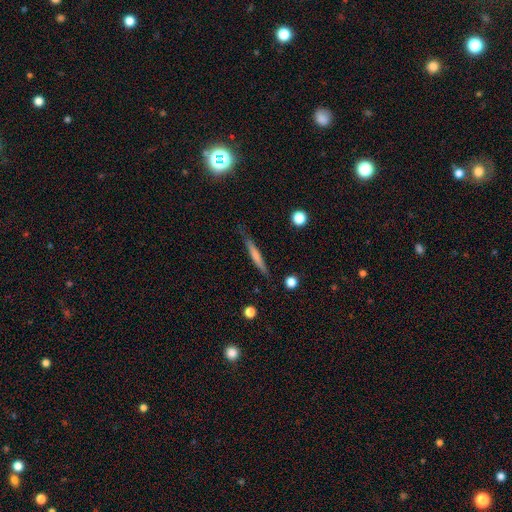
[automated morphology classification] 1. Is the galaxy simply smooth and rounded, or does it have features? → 59% smooth, 35% featured or disk, 6% star or artifact.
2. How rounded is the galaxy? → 95% cigar-shaped, 4% in between, 2% round.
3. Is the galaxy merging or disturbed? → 80% none, 15% minor disturbance, 3% major disturbance, 2% merger.